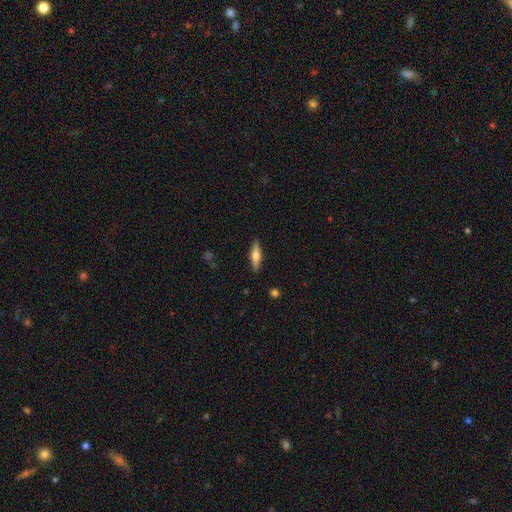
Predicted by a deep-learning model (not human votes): This is possibly a featured or disk galaxy (54%). It is clearly viewed edge-on (95%). Edge-on bulge: clearly rounded (92%). Merging: clearly none (90%).